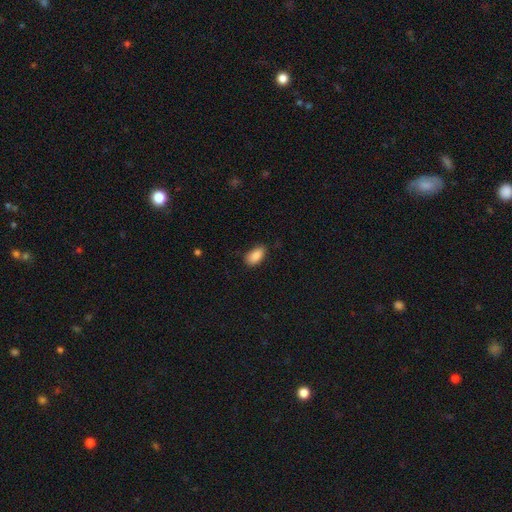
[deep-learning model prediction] This appears to be a smooth galaxy with no disk features (88%) that is in between round and cigar-shaped (92%). Merging: none (75%).